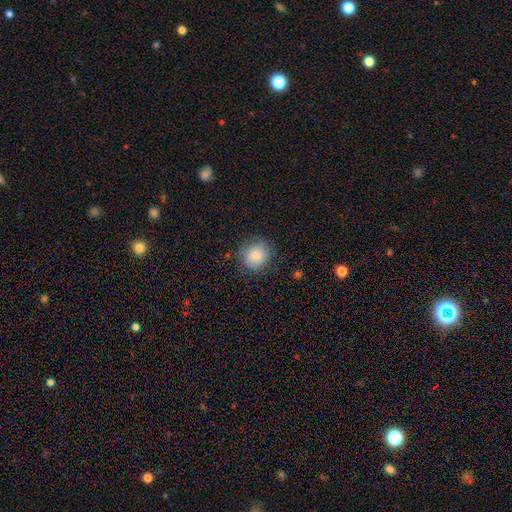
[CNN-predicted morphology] Smooth or featured? smooth (84%)
How rounded? round (86%)
Merging? none (83%)